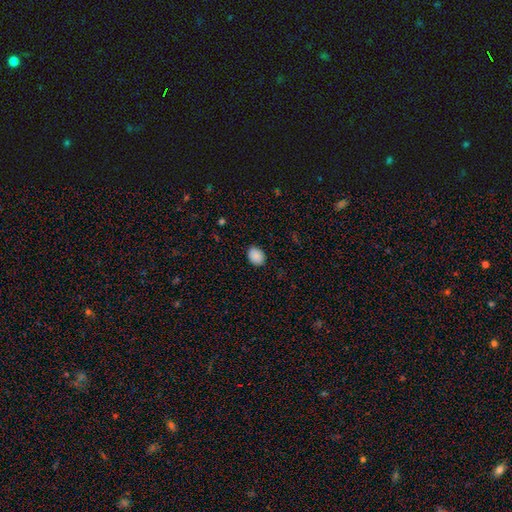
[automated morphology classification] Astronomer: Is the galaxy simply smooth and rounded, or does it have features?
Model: smooth — 89%.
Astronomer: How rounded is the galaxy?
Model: in between — 62% (runner-up: round, 37%).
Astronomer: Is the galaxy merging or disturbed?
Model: none — 87%.